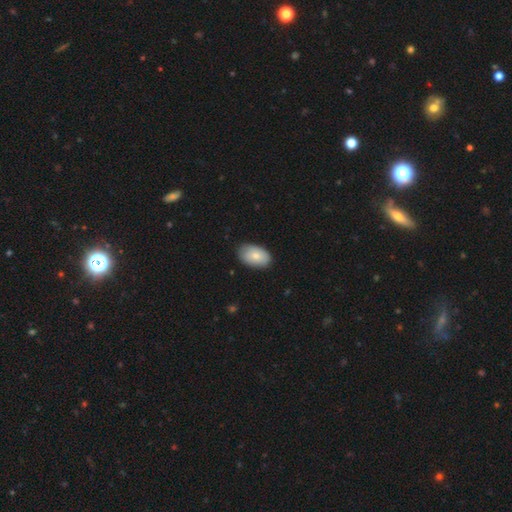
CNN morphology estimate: This appears to be a smooth galaxy with no disk features (79%) that is in between round and cigar-shaped (92%). Merging: none (83%).